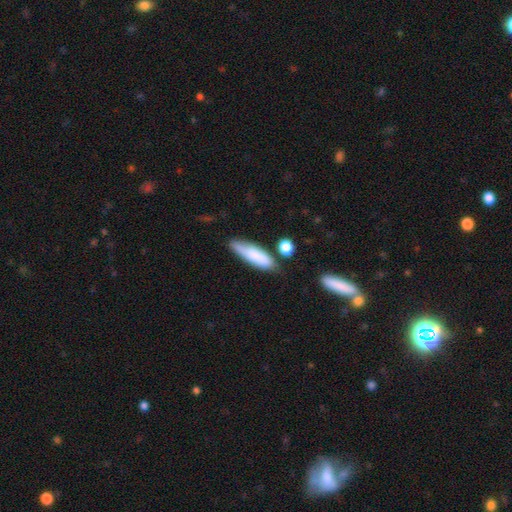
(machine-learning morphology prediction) Smooth or featured?
  - smooth: 78% *
  - featured or disk: 16%
  - star or artifact: 6%
How rounded?
  - cigar-shaped: 61% *
  - in between: 37%
  - round: 2%
Merging?
  - none: 66% *
  - minor disturbance: 21%
  - merger: 7%
  - major disturbance: 5%